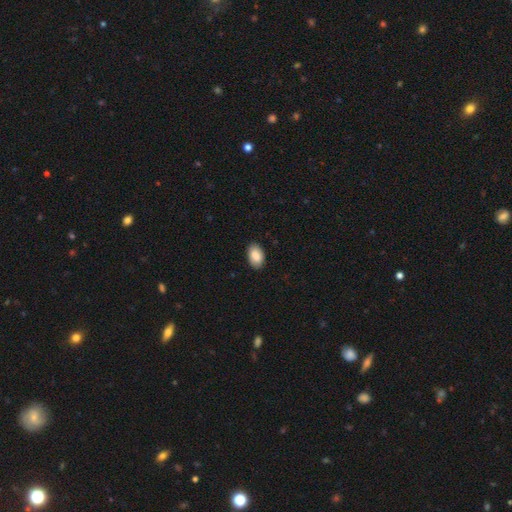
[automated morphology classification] smooth_or_featured: smooth (p=0.89) [alt: star or artifact p=0.06]
how_rounded: in between (p=0.93) [alt: round p=0.06]
merging: none (p=0.88) [alt: minor disturbance p=0.09]